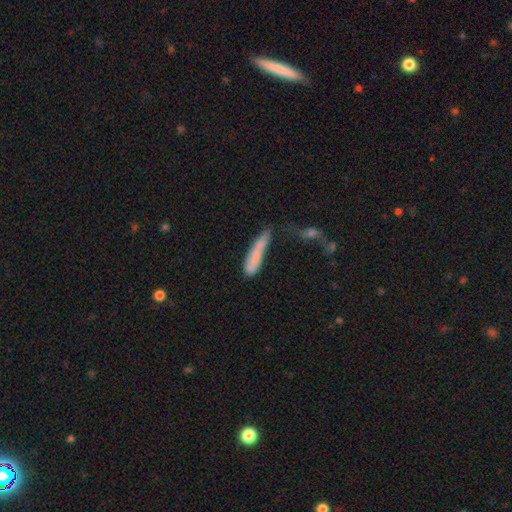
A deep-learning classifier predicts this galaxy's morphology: A smooth galaxy with no disk features (70%) that is cigar-shaped (82%). Merging: none (36%).